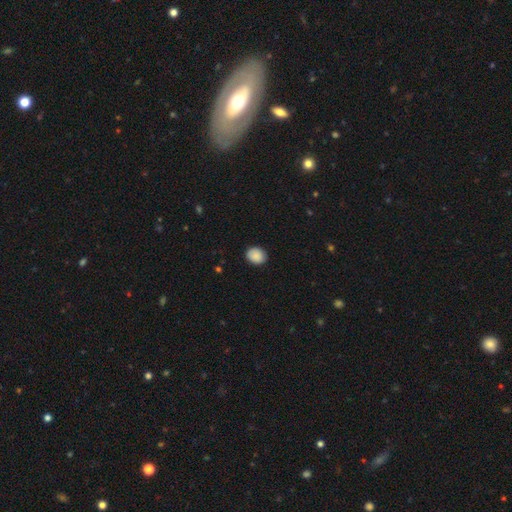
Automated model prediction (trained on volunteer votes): smooth-or-featured: smooth: 89% | star or artifact: 7% | featured or disk: 4%
  how-rounded: round: 51% | in between: 49% | cigar-shaped: 1%
  merging: none: 87% | minor disturbance: 10% | major disturbance: 2% | merger: 1%